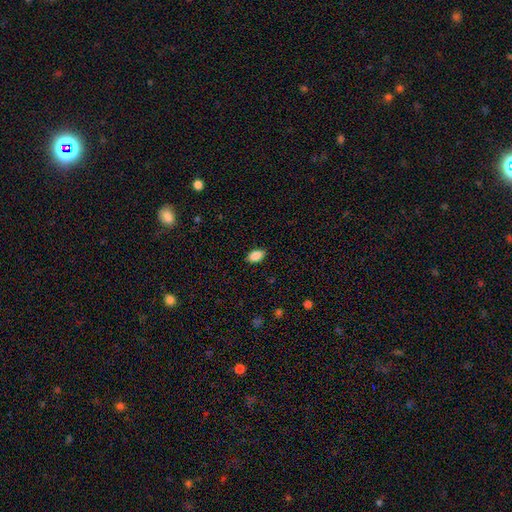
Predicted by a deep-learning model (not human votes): Q: Smooth or featured?
A: smooth (88%); runner-up: star or artifact (8%)
Q: How rounded?
A: in between (92%); runner-up: round (6%)
Q: Merging?
A: none (86%); runner-up: minor disturbance (10%)